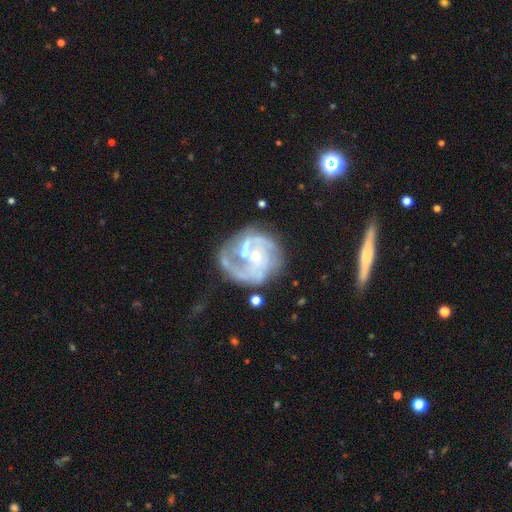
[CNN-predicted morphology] Smooth or featured? Predicted: featured or disk (p=0.86). Edge-on disk? Predicted: no (p=0.98). Bar? Predicted: no (p=0.67). Spiral arms? Predicted: yes (p=0.92). Spiral winding? Predicted: medium (p=0.45). Spiral arm count? Predicted: 2 (p=0.40). Bulge size? Predicted: small (p=0.68). Merging? Predicted: none (p=0.51).